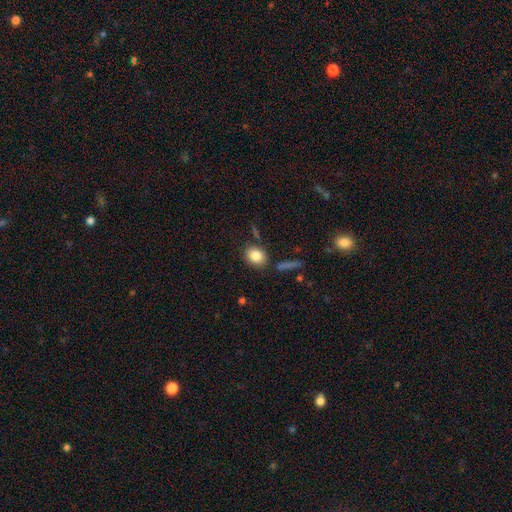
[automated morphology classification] Smooth or featured? smooth (84%)
How rounded? round (54%)
Merging? none (79%)